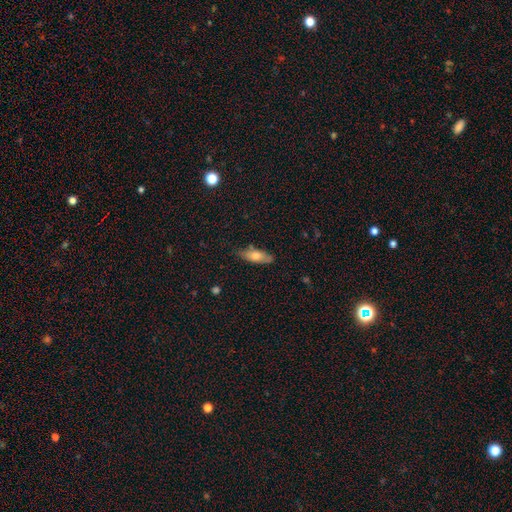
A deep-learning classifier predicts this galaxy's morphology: The model was most divided on "how rounded": in between: 68%, cigar-shaped: 30%, round: 2%. More confident: merging — none (75%); smooth or featured — smooth (69%).